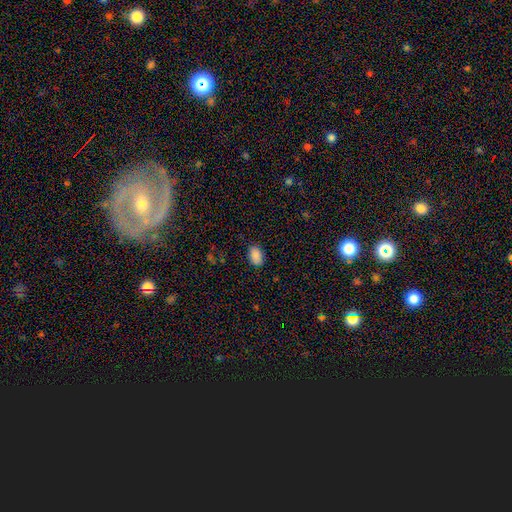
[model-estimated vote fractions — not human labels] This appears to be a smooth galaxy with no disk features (89%) that is in between round and cigar-shaped (90%). Merging: none (86%).